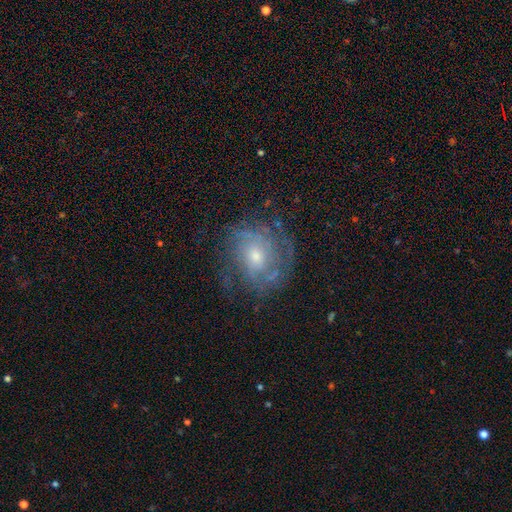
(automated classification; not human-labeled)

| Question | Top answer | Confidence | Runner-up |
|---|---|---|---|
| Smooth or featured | featured or disk | 73% | smooth (17%) |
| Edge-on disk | no | 97% | yes (3%) |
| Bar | no | 75% | weak (21%) |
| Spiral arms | yes | 84% | no (16%) |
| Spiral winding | tight | 54% | medium (34%) |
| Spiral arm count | can't tell | 46% | 2 (21%) |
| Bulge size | moderate | 48% | small (45%) |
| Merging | none | 68% | minor disturbance (19%) |